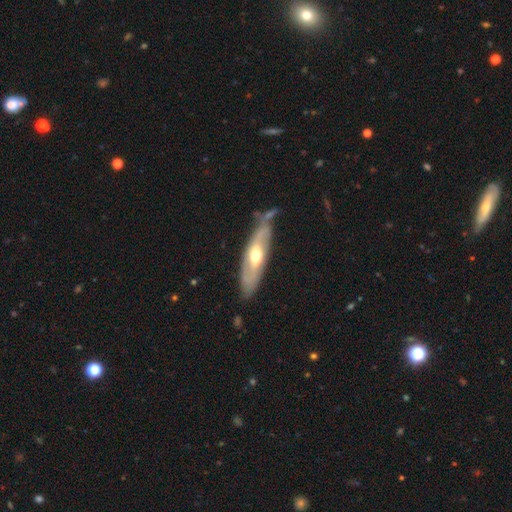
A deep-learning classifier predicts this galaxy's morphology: Smooth or featured? featured or disk (63%)
Edge-on disk? no (67%)
Merging? none (65%)